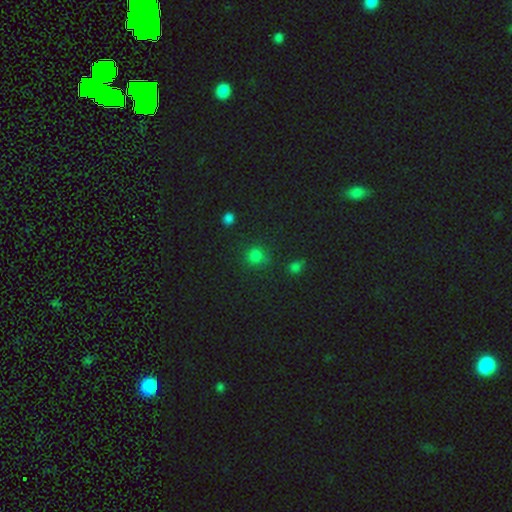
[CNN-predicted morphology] This appears to be a smooth galaxy with no disk features (74%) that is round (87%). Merging: none (78%).